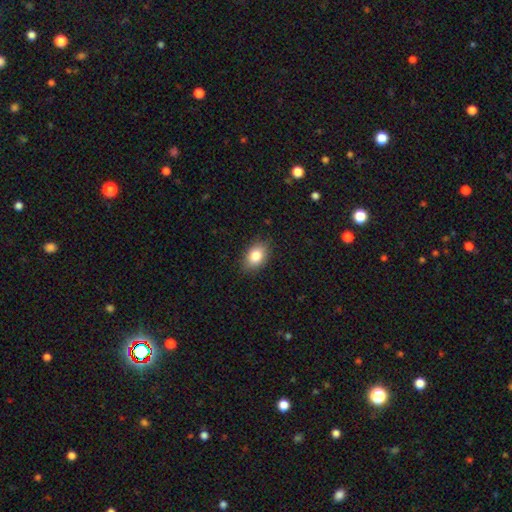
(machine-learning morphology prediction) The model was most divided on "how rounded": in between: 82%, round: 16%, cigar-shaped: 1%. More confident: merging — none (86%); smooth or featured — smooth (82%).